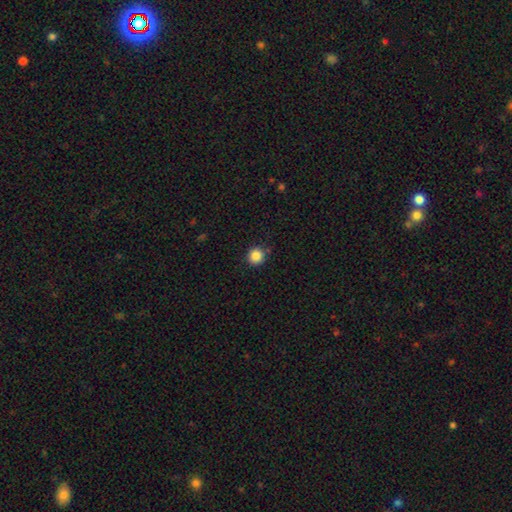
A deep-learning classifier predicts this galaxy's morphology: Smooth or featured?
  - smooth: 86% *
  - star or artifact: 10%
  - featured or disk: 4%
How rounded?
  - round: 93% *
  - in between: 6%
  - cigar-shaped: 1%
Merging?
  - none: 89% *
  - minor disturbance: 8%
  - major disturbance: 2%
  - merger: 2%